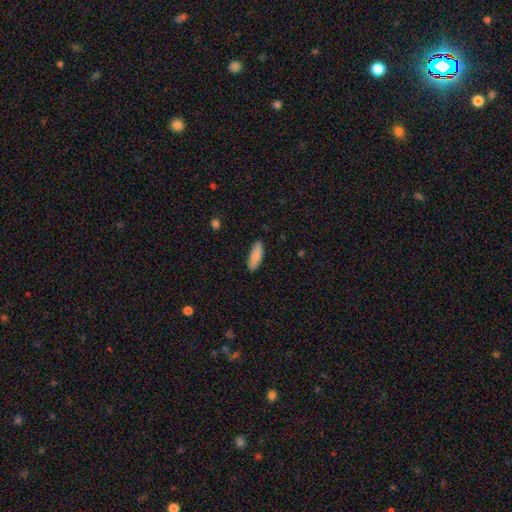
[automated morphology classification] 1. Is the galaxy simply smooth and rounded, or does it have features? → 87% smooth, 8% featured or disk, 6% star or artifact.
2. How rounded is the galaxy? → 58% in between, 40% cigar-shaped, 2% round.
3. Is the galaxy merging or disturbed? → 87% none, 10% minor disturbance, 2% major disturbance, 1% merger.